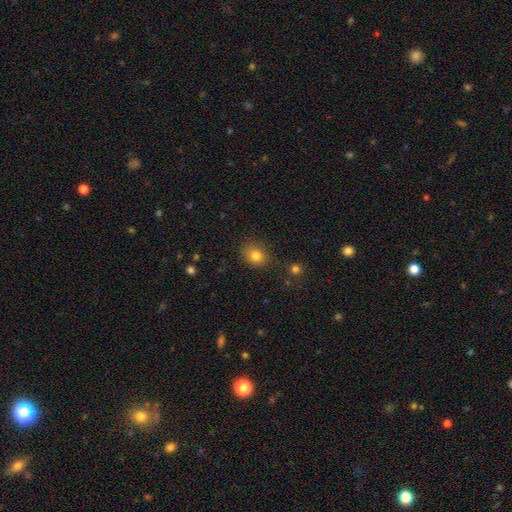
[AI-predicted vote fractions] Smooth or featured: smooth — 80% (star or artifact — 12%)
How rounded: round — 50% (in between — 49%)
Merging: none — 79% (minor disturbance — 13%)